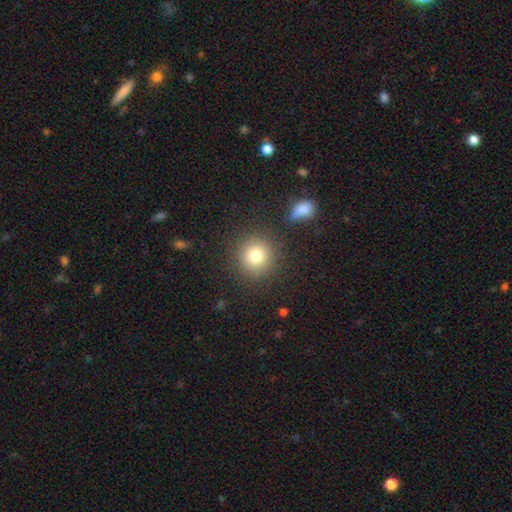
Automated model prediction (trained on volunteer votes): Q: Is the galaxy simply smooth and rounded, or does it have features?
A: smooth — 80%.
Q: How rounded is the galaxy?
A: round — 92%.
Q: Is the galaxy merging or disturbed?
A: none — 86%.